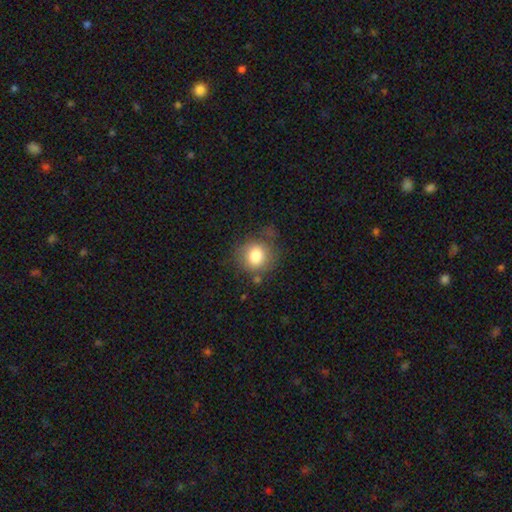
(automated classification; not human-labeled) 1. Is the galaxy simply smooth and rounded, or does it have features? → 81% smooth, 10% featured or disk, 9% star or artifact.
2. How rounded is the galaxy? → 83% round, 16% in between, 1% cigar-shaped.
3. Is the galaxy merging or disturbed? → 67% none, 20% minor disturbance, 9% major disturbance, 4% merger.